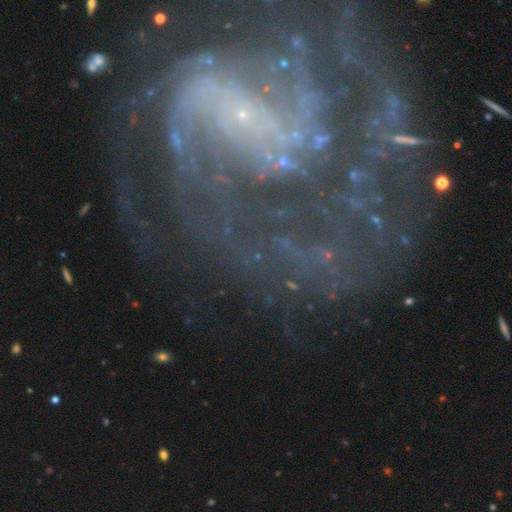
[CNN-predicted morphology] Smooth or featured?
  - featured or disk: 87% *
  - star or artifact: 8%
  - smooth: 5%
Edge-on disk?
  - no: 98% *
  - yes: 2%
Bar?
  - no: 42% *
  - weak: 34%
  - strong: 24%
Spiral arms?
  - yes: 95% *
  - no: 5%
Spiral winding?
  - medium: 43% *
  - tight: 40%
  - loose: 17%
Spiral arm count?
  - 2: 36% *
  - can't tell: 21%
  - 3: 15%
  - 4: 10%
  - more than 4: 9%
  - 1: 9%
Bulge size?
  - small: 77% *
  - none: 14%
  - moderate: 7%
  - large: 2%
  - dominant: 1%
Merging?
  - none: 60% *
  - major disturbance: 20%
  - minor disturbance: 16%
  - merger: 4%